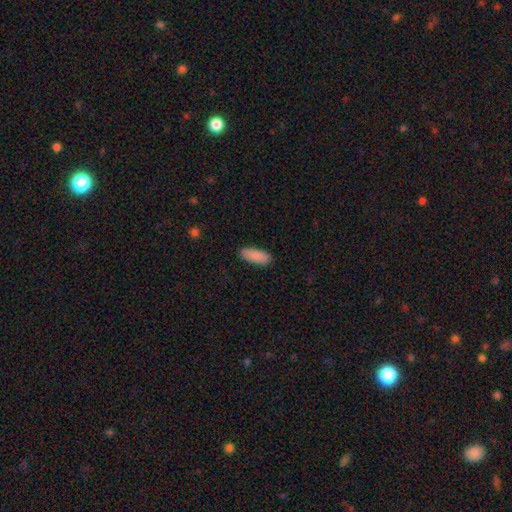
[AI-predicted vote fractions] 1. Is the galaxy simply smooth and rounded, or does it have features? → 89% smooth, 6% star or artifact, 5% featured or disk.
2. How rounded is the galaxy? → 78% in between, 21% cigar-shaped, 2% round.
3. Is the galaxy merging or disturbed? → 88% none, 9% minor disturbance, 2% major disturbance, 1% merger.